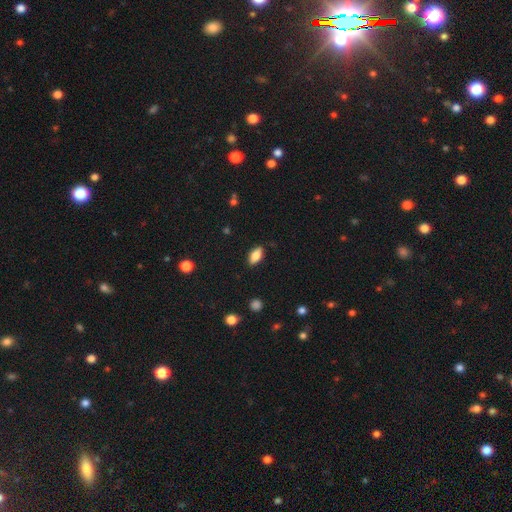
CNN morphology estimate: smooth-or-featured: smooth: 80% | featured or disk: 12% | star or artifact: 8%
  how-rounded: in between: 89% | cigar-shaped: 8% | round: 4%
  merging: none: 87% | minor disturbance: 9% | major disturbance: 2% | merger: 1%